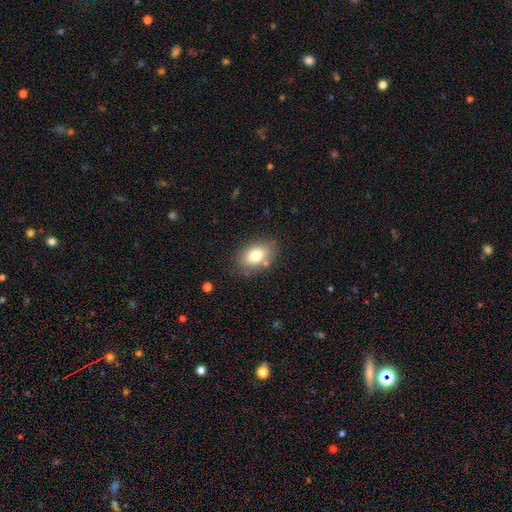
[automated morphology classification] smooth_or_featured: smooth (p=0.78) [alt: featured or disk p=0.13]
how_rounded: in between (p=0.84) [alt: round p=0.14]
merging: none (p=0.79) [alt: minor disturbance p=0.13]